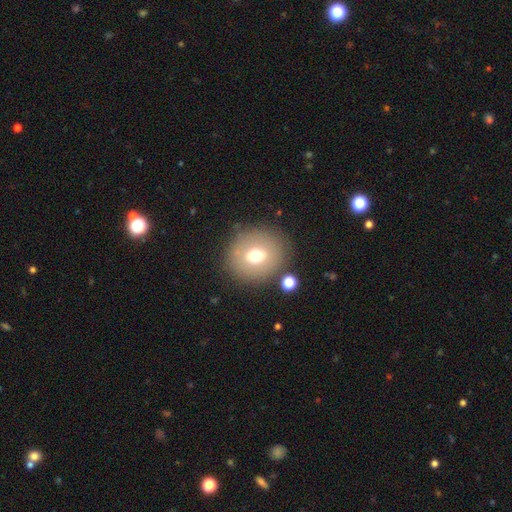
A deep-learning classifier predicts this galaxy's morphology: A smooth galaxy with no disk features (67%) that is round (86%).

Vote fractions:
- Smooth or featured? smooth: 67% / featured or disk: 20% / star or artifact: 13%
- How rounded? round: 86% / in between: 13% / cigar-shaped: 1%
- Merging? none: 86% / minor disturbance: 8% / major disturbance: 3% / merger: 3%